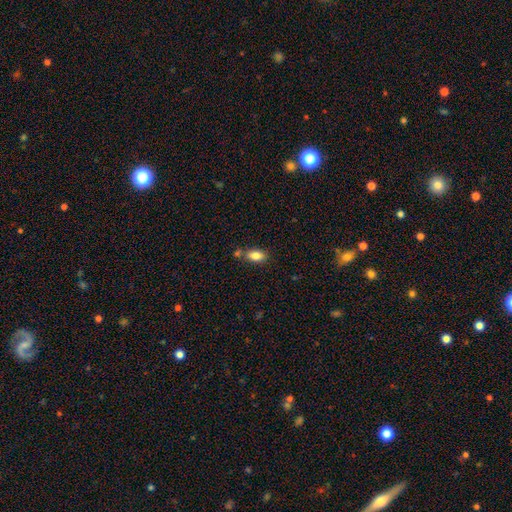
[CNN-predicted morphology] Smooth or featured? Predicted: smooth (p=0.84). How rounded? Predicted: in between (p=0.89). Merging? Predicted: none (p=0.64).